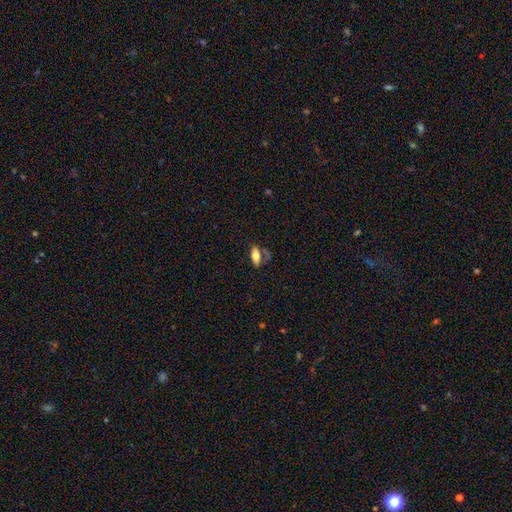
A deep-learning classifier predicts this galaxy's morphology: Smooth or featured?
  - smooth: 66% *
  - featured or disk: 26%
  - star or artifact: 8%
How rounded?
  - in between: 81% *
  - cigar-shaped: 15%
  - round: 4%
Merging?
  - none: 62% *
  - minor disturbance: 17%
  - merger: 13%
  - major disturbance: 7%